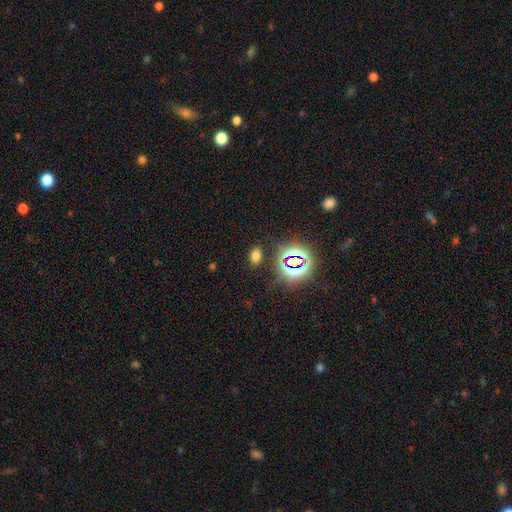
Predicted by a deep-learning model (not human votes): Q: Smooth or featured?
A: smooth (63%); runner-up: star or artifact (31%)
Q: How rounded?
A: in between (84%); runner-up: round (14%)
Q: Merging?
A: none (86%); runner-up: minor disturbance (9%)